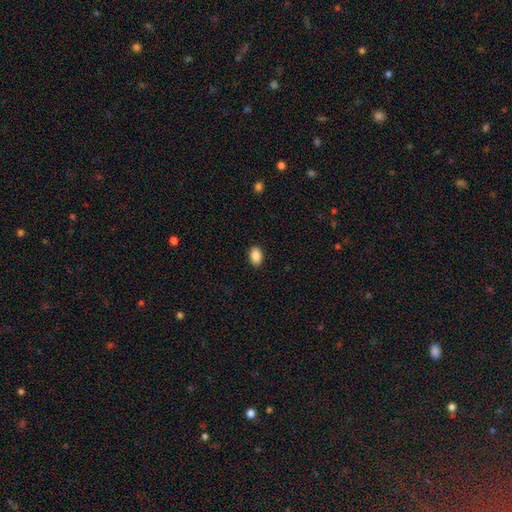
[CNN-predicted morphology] Overall: smooth (89%). How rounded: in between (89%). Merging: none (90%).